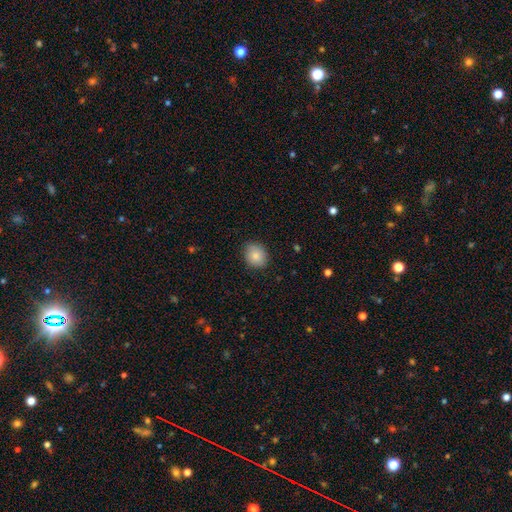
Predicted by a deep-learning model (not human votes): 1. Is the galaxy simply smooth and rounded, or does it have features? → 84% smooth, 8% star or artifact, 8% featured or disk.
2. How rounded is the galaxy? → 60% round, 39% in between, 1% cigar-shaped.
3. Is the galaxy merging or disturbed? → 83% none, 13% minor disturbance, 3% major disturbance, 1% merger.